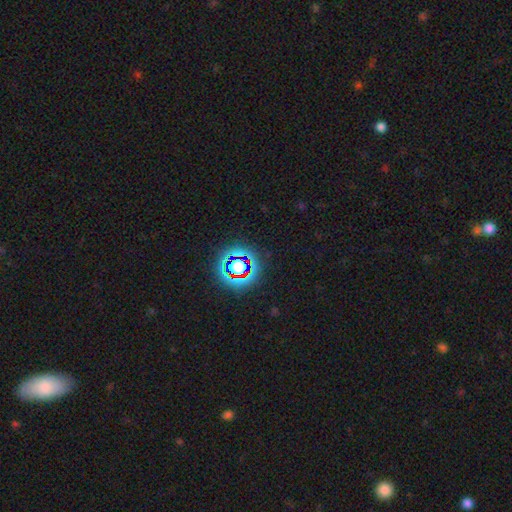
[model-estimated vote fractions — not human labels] Smooth or featured? Predicted: star or artifact (p=0.72).